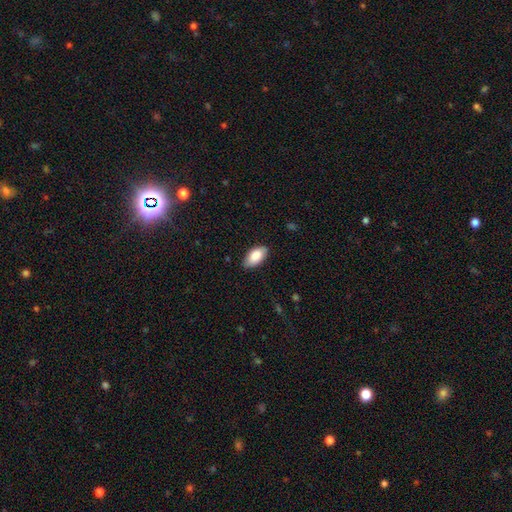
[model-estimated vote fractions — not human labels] Overall: smooth (86%). How rounded: in between (95%). Merging: none (83%).